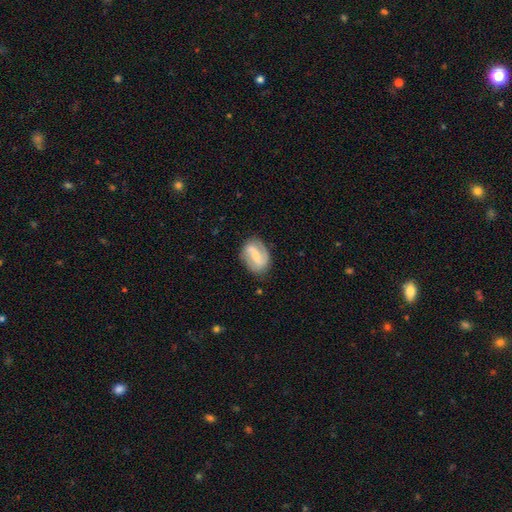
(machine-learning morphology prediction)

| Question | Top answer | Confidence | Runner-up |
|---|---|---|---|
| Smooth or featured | featured or disk | 74% | smooth (21%) |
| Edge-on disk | no | 97% | yes (3%) |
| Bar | weak | 42% | strong (35%) |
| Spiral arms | yes | 89% | no (11%) |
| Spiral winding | medium | 42% | loose (34%) |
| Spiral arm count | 2 | 86% | can't tell (7%) |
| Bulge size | small | 55% | moderate (39%) |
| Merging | none | 77% | minor disturbance (16%) |